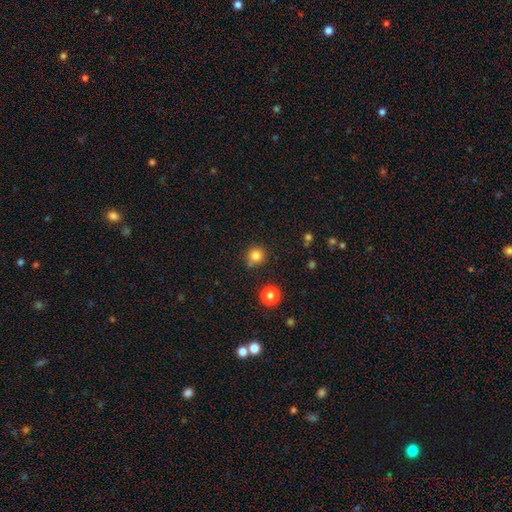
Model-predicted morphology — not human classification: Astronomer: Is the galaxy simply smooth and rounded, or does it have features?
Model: smooth — 81%.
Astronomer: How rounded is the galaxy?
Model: round — 93%.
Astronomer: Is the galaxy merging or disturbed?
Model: none — 78%.